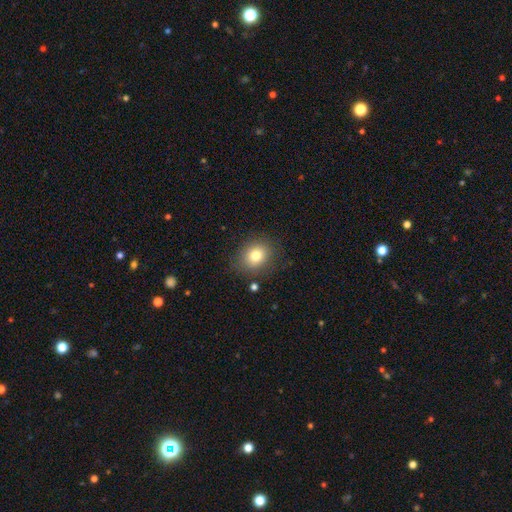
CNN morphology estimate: This appears to be a smooth galaxy with no disk features (79%) that is round (67%). Merging: none (84%).